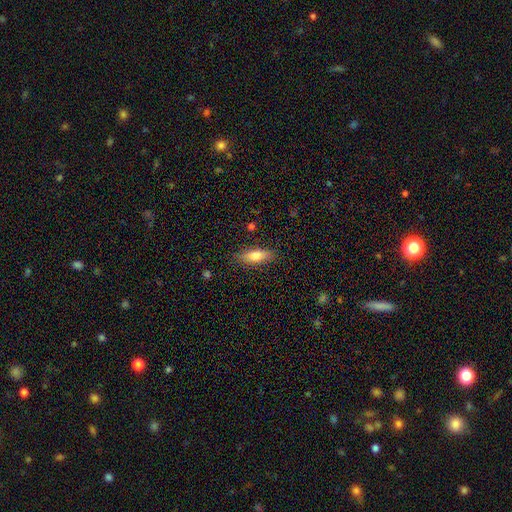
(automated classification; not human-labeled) The model was most divided on "how rounded": in between: 67%, cigar-shaped: 30%, round: 3%. More confident: merging — none (85%); smooth or featured — smooth (75%).